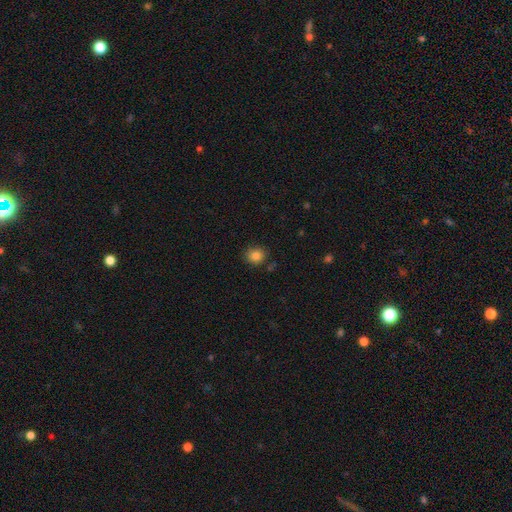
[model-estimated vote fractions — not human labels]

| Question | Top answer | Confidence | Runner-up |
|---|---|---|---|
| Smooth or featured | smooth | 85% | star or artifact (11%) |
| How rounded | round | 79% | in between (20%) |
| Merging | none | 83% | minor disturbance (11%) |